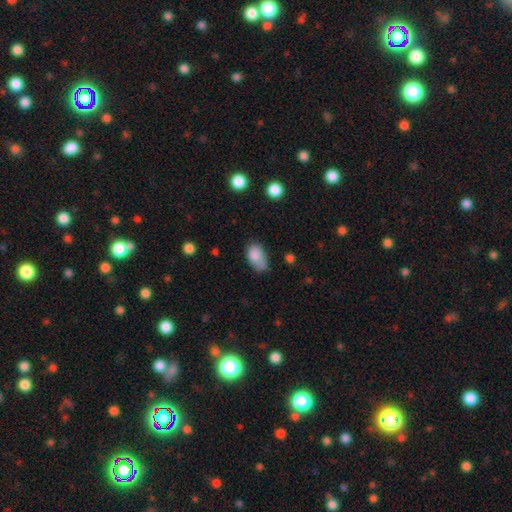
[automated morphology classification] Overall: smooth (83%). How rounded: in between (89%). Merging: none (48%; minor disturbance 35%).